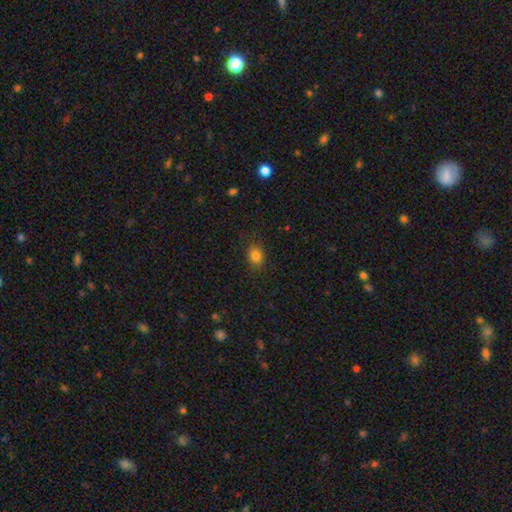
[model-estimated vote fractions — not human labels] This appears to be a smooth galaxy with no disk features (82%) that is round (59%). Merging: none (87%).